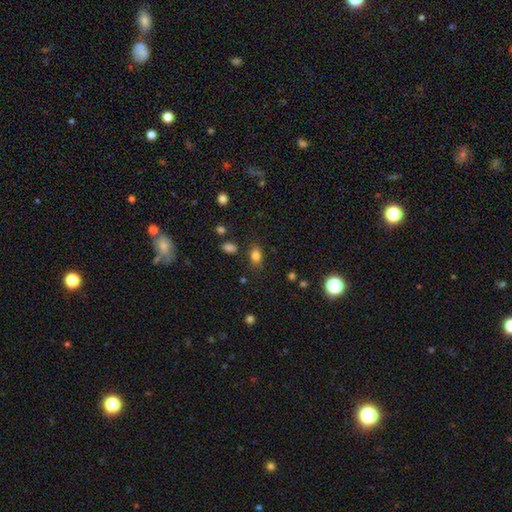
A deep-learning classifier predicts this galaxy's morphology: Smooth or featured?
  - smooth: 81% *
  - star or artifact: 12%
  - featured or disk: 7%
How rounded?
  - in between: 75% *
  - round: 23%
  - cigar-shaped: 2%
Merging?
  - none: 78% *
  - minor disturbance: 14%
  - major disturbance: 4%
  - merger: 4%